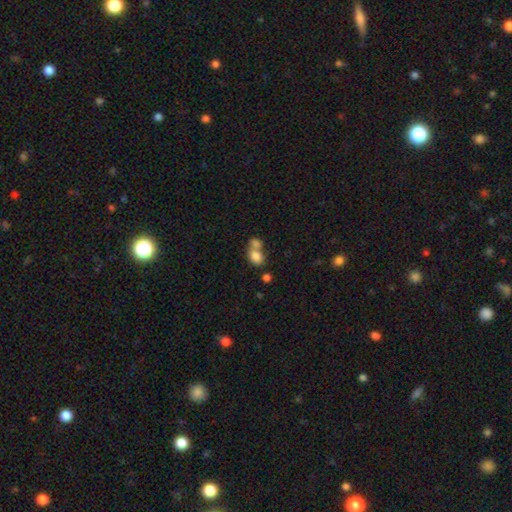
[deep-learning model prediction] smooth_or_featured: smooth (p=0.81) [alt: featured or disk p=0.10]
how_rounded: in between (p=0.55) [alt: round p=0.44]
merging: merger (p=0.62) [alt: none p=0.27]